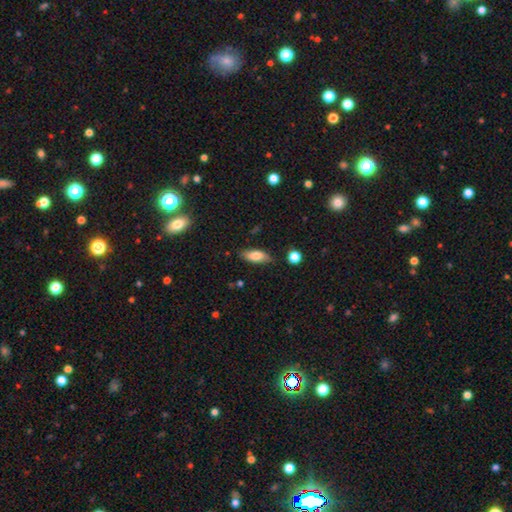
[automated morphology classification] type=smooth (78%); roundness=in between (77%); merging=none (81%).